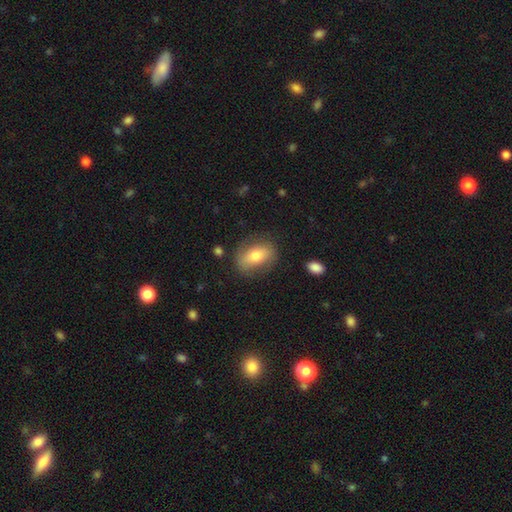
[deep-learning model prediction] Q: Smooth or featured?
A: smooth (63%); runner-up: featured or disk (30%)
Q: How rounded?
A: in between (79%); runner-up: round (18%)
Q: Merging?
A: none (78%); runner-up: minor disturbance (15%)